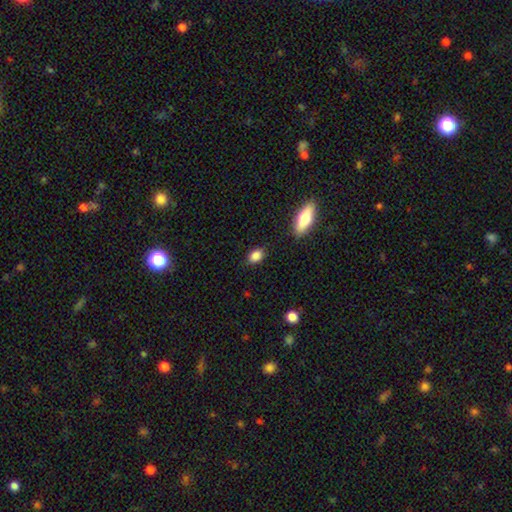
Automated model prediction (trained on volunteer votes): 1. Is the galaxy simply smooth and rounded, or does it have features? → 87% smooth, 8% star or artifact, 5% featured or disk.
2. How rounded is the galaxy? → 81% in between, 15% round, 3% cigar-shaped.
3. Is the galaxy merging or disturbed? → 82% none, 13% minor disturbance, 3% major disturbance, 2% merger.